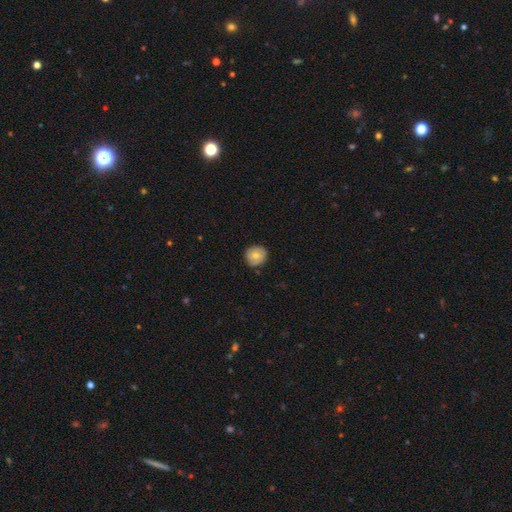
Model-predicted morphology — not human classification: This is likely a smooth galaxy (74%). How rounded: clearly round (89%). Merging: clearly none (84%).